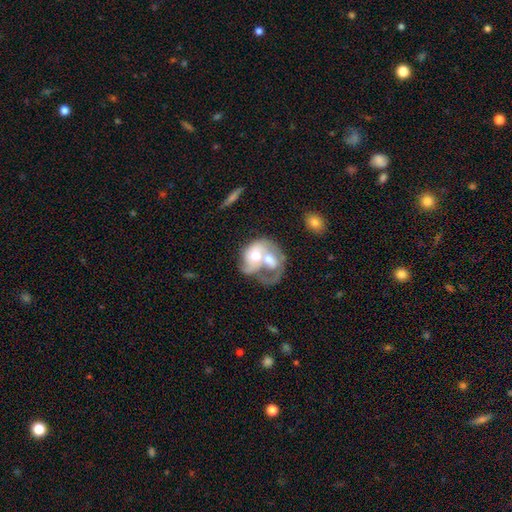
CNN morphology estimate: Smooth or featured?
  - featured or disk: 58% *
  - smooth: 36%
  - star or artifact: 6%
Edge-on disk?
  - no: 97% *
  - yes: 3%
Bar?
  - no: 77% *
  - weak: 18%
  - strong: 5%
Spiral arms?
  - yes: 51% *
  - no: 49%
Bulge size?
  - moderate: 66% *
  - large: 17%
  - small: 11%
  - none: 3%
  - dominant: 2%
Merging?
  - merger: 78% *
  - major disturbance: 10%
  - none: 8%
  - minor disturbance: 5%